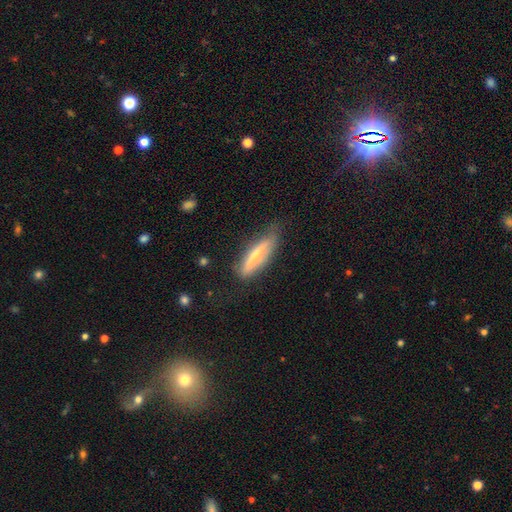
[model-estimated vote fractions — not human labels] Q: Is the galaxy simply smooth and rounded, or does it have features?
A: featured or disk — 49%.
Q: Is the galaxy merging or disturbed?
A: none — 68%.